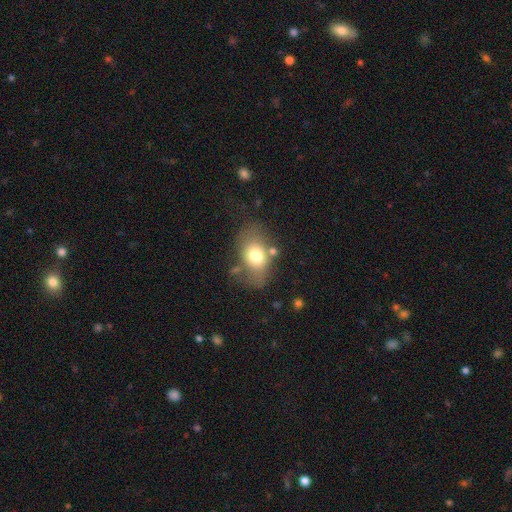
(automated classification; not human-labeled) A smooth galaxy with no disk features (71%) that is in between round and cigar-shaped (80%).

Vote fractions:
- Smooth or featured? smooth: 71% / featured or disk: 20% / star or artifact: 9%
- How rounded? in between: 80% / round: 18% / cigar-shaped: 1%
- Merging? none: 57% / minor disturbance: 23% / major disturbance: 12% / merger: 8%